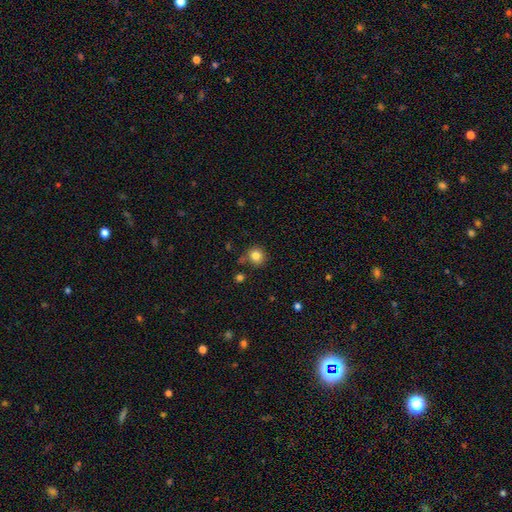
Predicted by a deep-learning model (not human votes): smooth 82%, star or artifact 12%, featured or disk 6%. Down the decision tree: how rounded — round (89%); merging — none (77%).